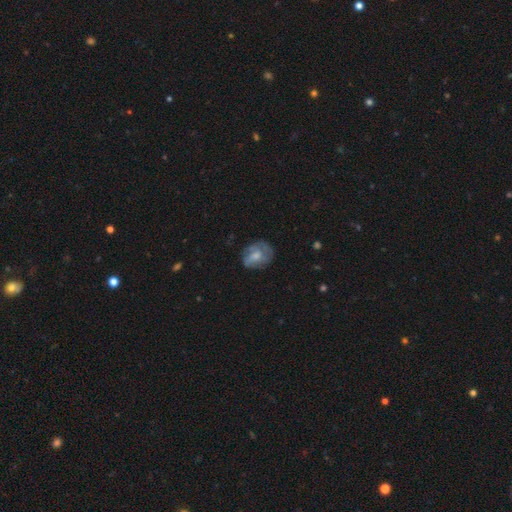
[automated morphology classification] Q: Smooth or featured?
A: featured or disk (46%); tied with: smooth (46%)
Q: Merging?
A: none (59%); runner-up: minor disturbance (25%)